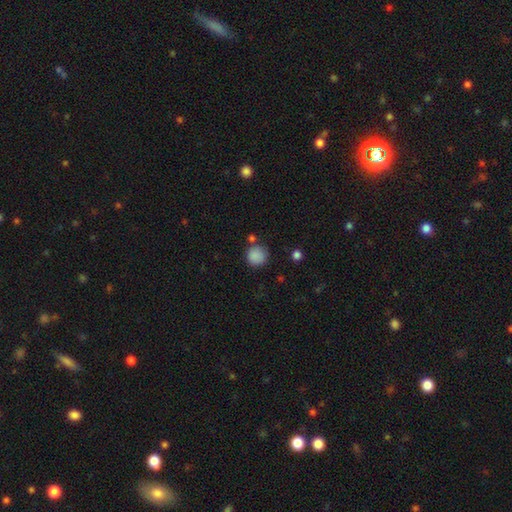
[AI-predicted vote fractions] This appears to be a smooth galaxy with no disk features (86%) that is round (91%). Merging: none (75%).